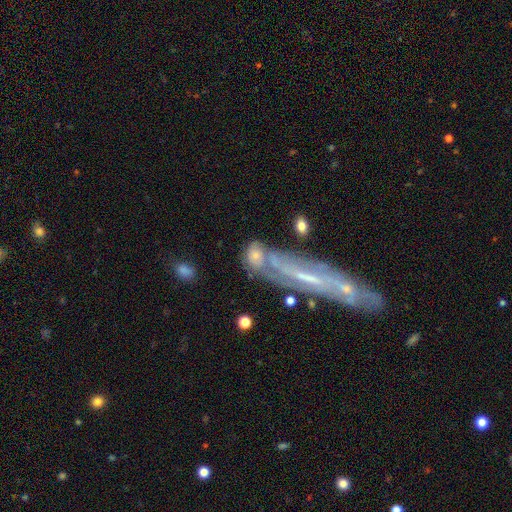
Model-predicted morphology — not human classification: type=smooth (57%); roundness=in between (62%); merging=merger (44%).